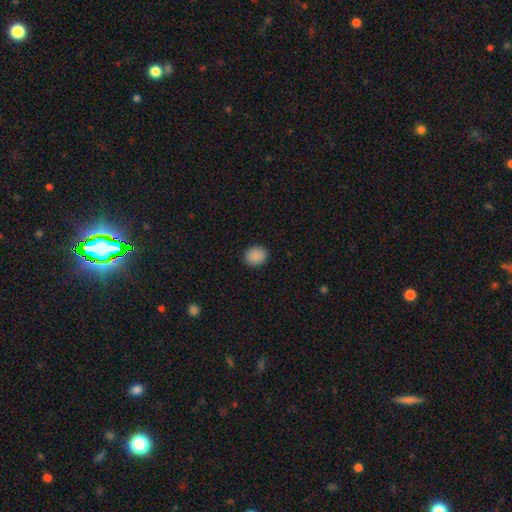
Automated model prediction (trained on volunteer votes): This is clearly a smooth galaxy (89%). How rounded: likely round (65%). Merging: clearly none (90%).